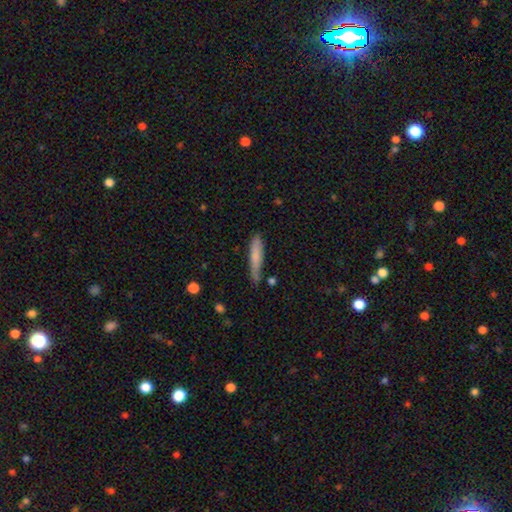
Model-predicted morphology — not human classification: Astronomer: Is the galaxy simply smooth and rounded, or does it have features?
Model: smooth — 75%.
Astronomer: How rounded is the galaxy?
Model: cigar-shaped — 87%.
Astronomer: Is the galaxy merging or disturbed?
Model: none — 65%.